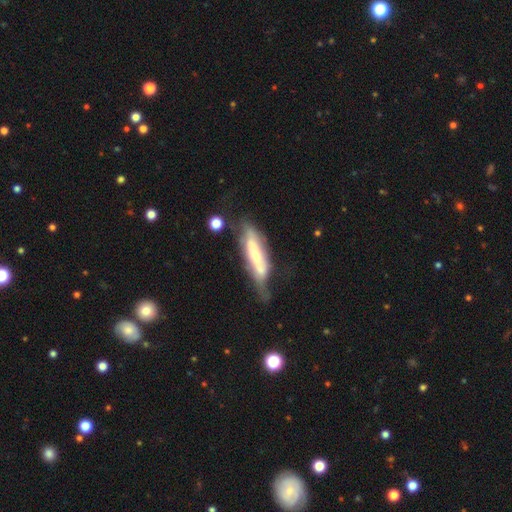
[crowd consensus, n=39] smooth_or_featured: featured or disk (p=0.62) [alt: smooth p=0.31]
disk_edge_on: yes (p=0.62) [alt: no p=0.38]
edge_on_bulge: rounded (p=0.47) [alt: boxy p=0.33]
merging: none (p=0.39) [tied with: major disturbance p=0.39]